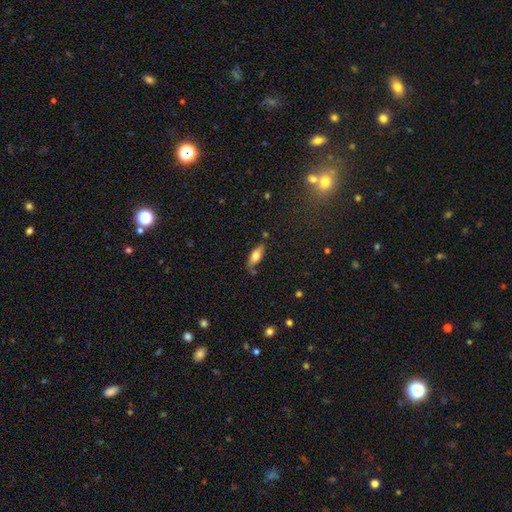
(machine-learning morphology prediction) This is likely a smooth galaxy (71%). How rounded: likely in between (76%). Merging: likely none (68%).